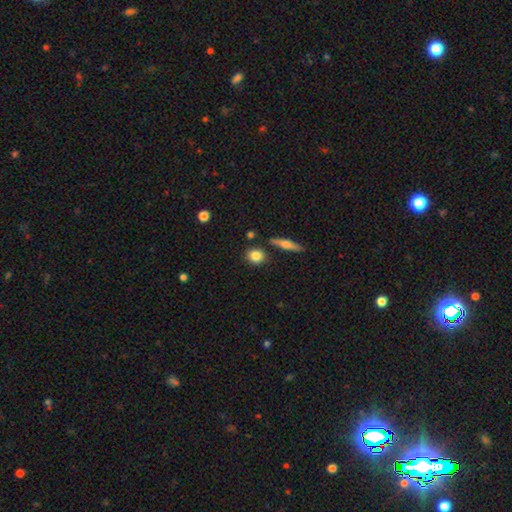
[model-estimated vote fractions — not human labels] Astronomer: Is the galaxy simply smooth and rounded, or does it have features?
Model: smooth — 83%.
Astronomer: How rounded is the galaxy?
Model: round — 79%.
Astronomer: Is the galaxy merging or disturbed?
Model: none — 82%.